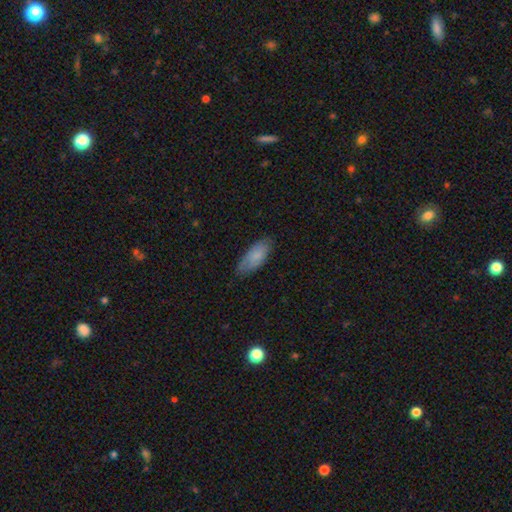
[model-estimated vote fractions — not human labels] Smooth or featured: smooth — 80% (featured or disk — 14%)
How rounded: in between — 81% (cigar-shaped — 17%)
Merging: none — 74% (minor disturbance — 21%)